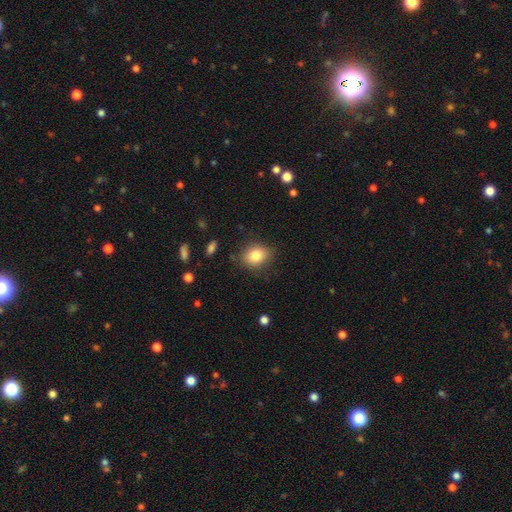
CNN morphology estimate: smooth 82%, star or artifact 9%, featured or disk 8%. Down the decision tree: how rounded — in between (52%); merging — none (82%).